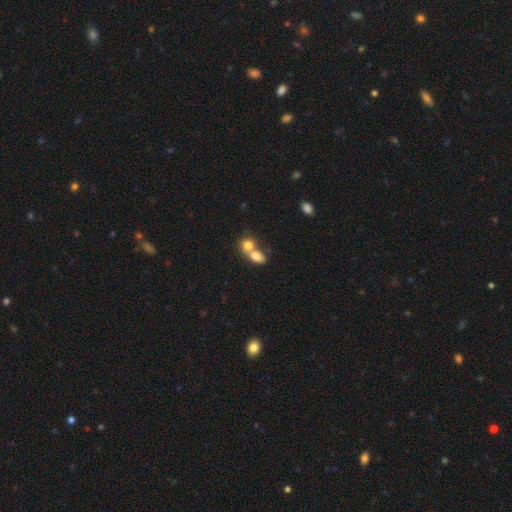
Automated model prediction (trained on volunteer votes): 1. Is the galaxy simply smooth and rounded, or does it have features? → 76% smooth, 15% featured or disk, 9% star or artifact.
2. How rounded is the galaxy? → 65% in between, 32% round, 2% cigar-shaped.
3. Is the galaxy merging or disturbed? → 71% merger, 20% none, 6% minor disturbance, 3% major disturbance.